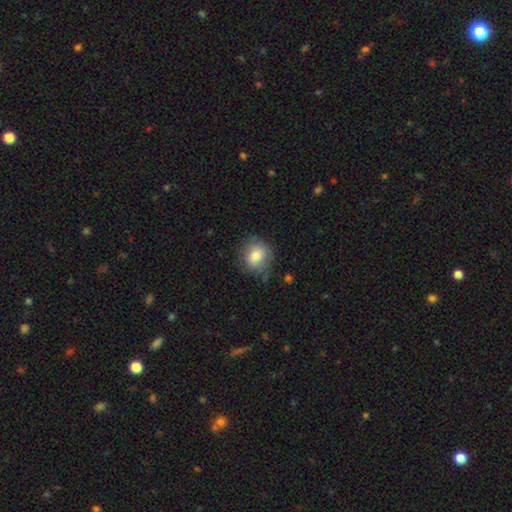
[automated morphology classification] smooth_or_featured: smooth (p=0.80) [alt: featured or disk p=0.12]
how_rounded: round (p=0.67) [alt: in between p=0.32]
merging: none (p=0.66) [alt: minor disturbance p=0.24]